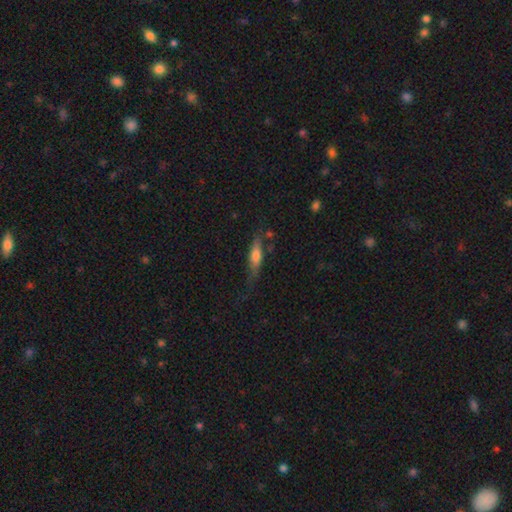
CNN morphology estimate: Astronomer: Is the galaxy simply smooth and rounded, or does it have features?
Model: smooth — 60%.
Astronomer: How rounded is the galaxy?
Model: cigar-shaped — 60% (runner-up: in between, 38%).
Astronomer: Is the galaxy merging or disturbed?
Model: none — 58%.